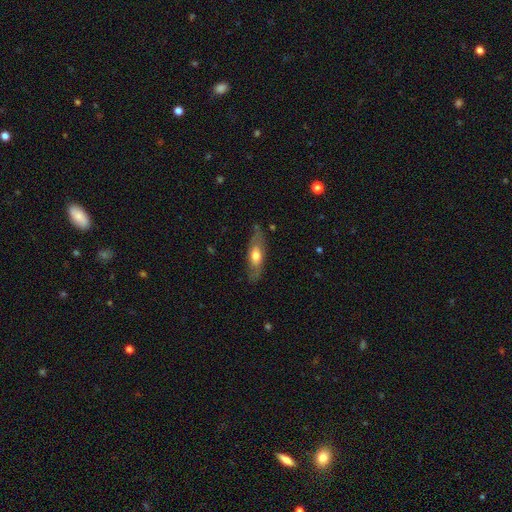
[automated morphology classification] Smooth or featured?
  - smooth: 50% *
  - featured or disk: 44%
  - star or artifact: 6%
How rounded?
  - in between: 61% *
  - cigar-shaped: 36%
  - round: 3%
Merging?
  - none: 79% *
  - minor disturbance: 15%
  - major disturbance: 4%
  - merger: 2%